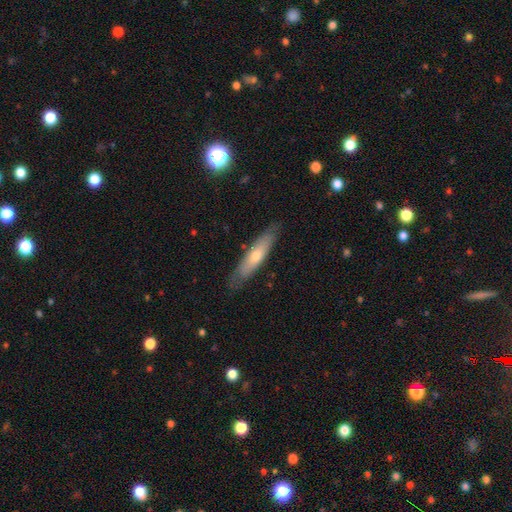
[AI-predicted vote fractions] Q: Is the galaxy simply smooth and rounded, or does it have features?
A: featured or disk — 48%.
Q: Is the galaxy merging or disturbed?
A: none — 84%.